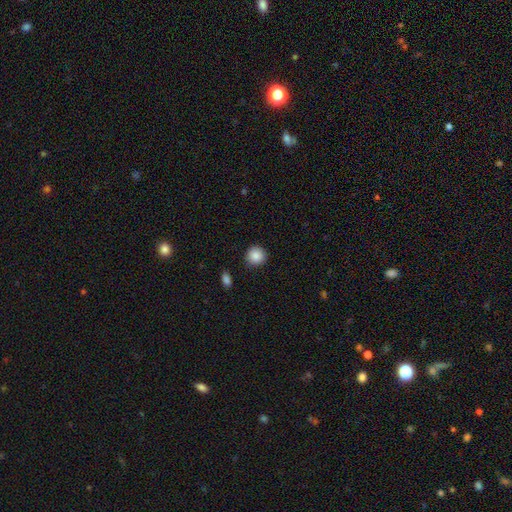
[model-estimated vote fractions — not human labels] Smooth or featured? smooth (88%)
How rounded? round (92%)
Merging? none (90%)